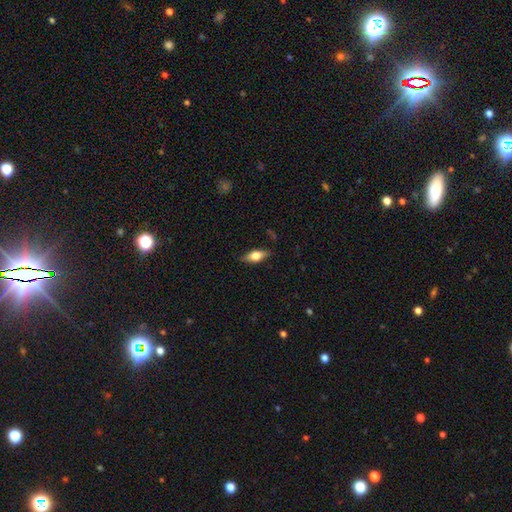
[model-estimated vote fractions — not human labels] smooth 61%, featured or disk 32%, star or artifact 7%. Down the decision tree: how rounded — in between (75%); merging — none (84%).